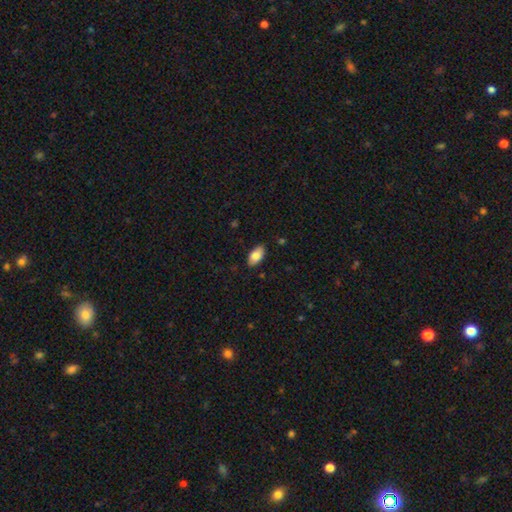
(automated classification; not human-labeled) smooth-or-featured: smooth: 81% | featured or disk: 13% | star or artifact: 7%
  how-rounded: in between: 93% | round: 3% | cigar-shaped: 3%
  merging: none: 86% | minor disturbance: 11% | major disturbance: 2% | merger: 1%